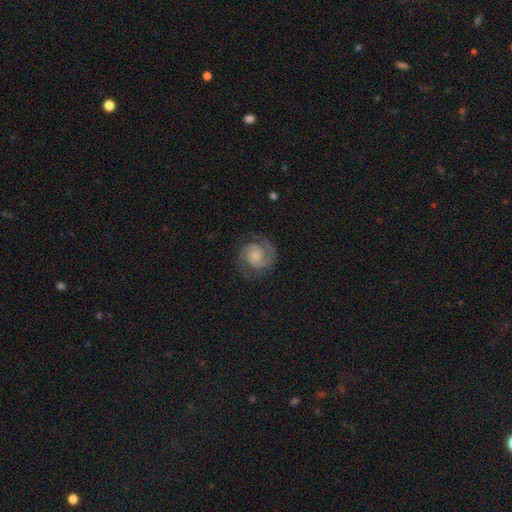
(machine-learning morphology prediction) Smooth or featured? featured or disk (79%)
Edge-on disk? no (98%)
Bar? no (68%)
Spiral arms? yes (97%)
Spiral winding? tight (47%)
Spiral arm count? 2 (85%)
Bulge size? small (33%)
Merging? none (77%)